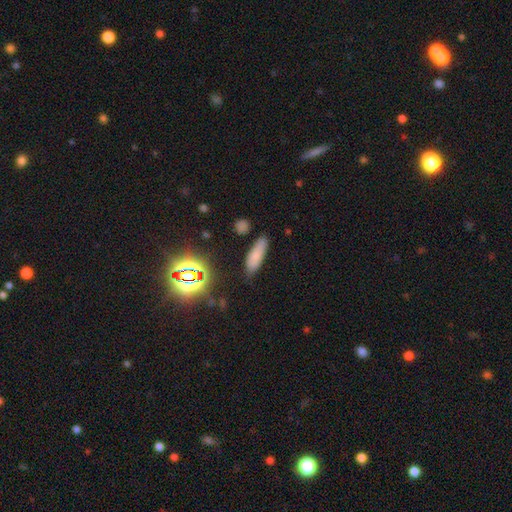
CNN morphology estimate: The model was most divided on "how rounded": cigar-shaped: 51%, in between: 46%, round: 3%. More confident: merging — none (78%); smooth or featured — smooth (73%).